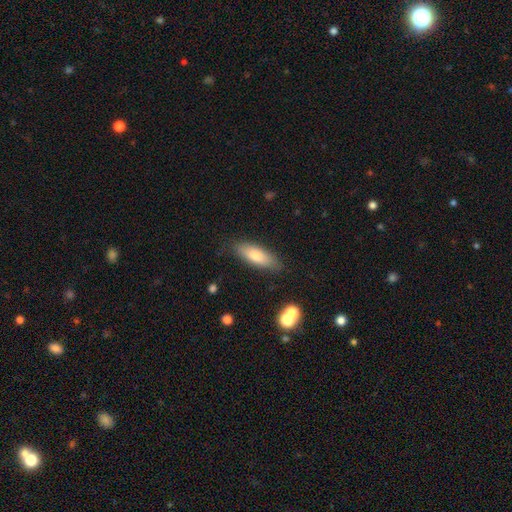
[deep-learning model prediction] The model was most divided on "how rounded": in between: 61%, cigar-shaped: 37%, round: 2%. More confident: merging — none (83%); smooth or featured — smooth (71%).